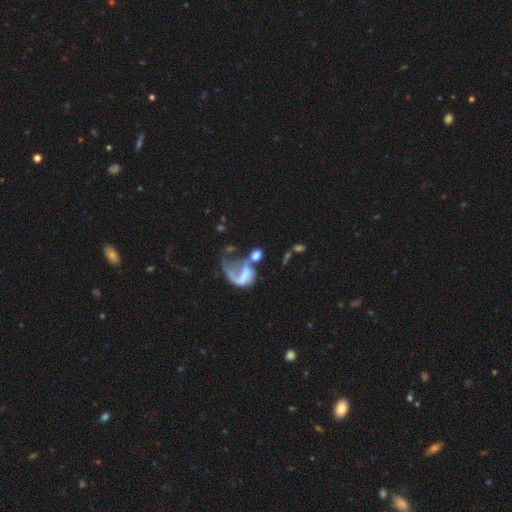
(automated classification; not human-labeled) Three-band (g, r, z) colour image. It shows a featured or disk galaxy (51%). Merging: major disturbance (37%).